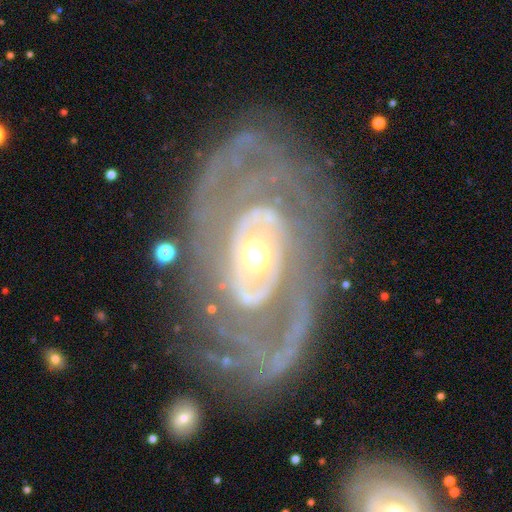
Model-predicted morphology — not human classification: featured or disk 89%, smooth 6%, star or artifact 5%. Down the decision tree: edge-on disk — no (95%); bar — no (69%); spiral arms — yes (89%); spiral arm count — 2 (42%); spiral winding — tight (56%); bulge size — moderate (68%); merging — none (68%).